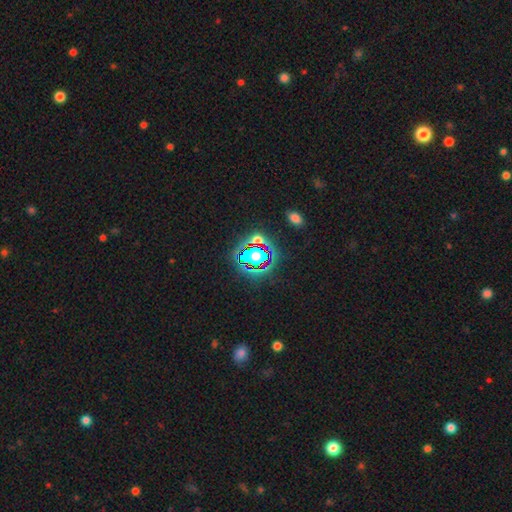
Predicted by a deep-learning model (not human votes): A star or artifact, not a galaxy (60%).

Vote fractions:
- Smooth or featured? star or artifact: 60% / smooth: 26% / featured or disk: 14%